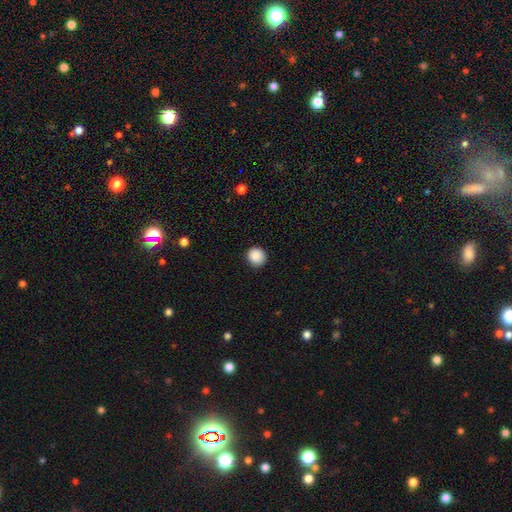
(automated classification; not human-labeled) Overall: smooth (88%). How rounded: round (91%). Merging: none (90%).